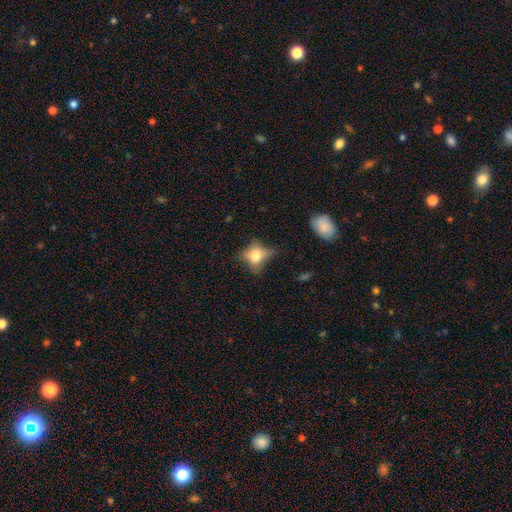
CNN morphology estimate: Smooth or featured: smooth — 62% (featured or disk — 25%)
How rounded: in between — 58% (round — 39%)
Merging: none — 48% (minor disturbance — 28%)